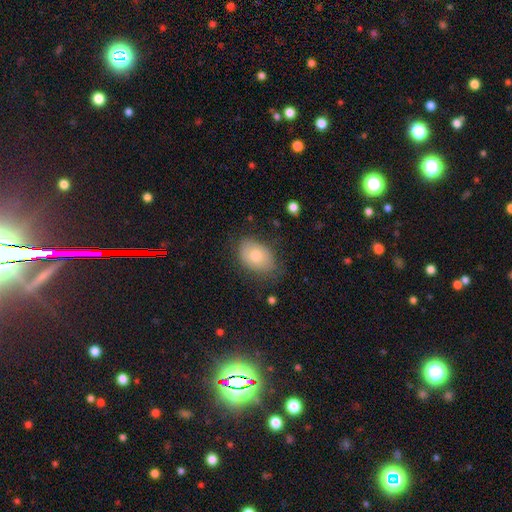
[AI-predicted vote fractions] This is likely a smooth galaxy (74%). How rounded: clearly in between (83%). Merging: likely none (68%).